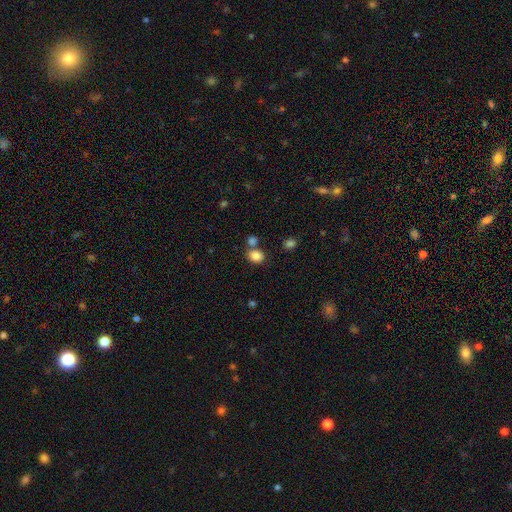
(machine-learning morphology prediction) A smooth galaxy with no disk features (84%) that is in between round and cigar-shaped (56%). Merging: none (61%).